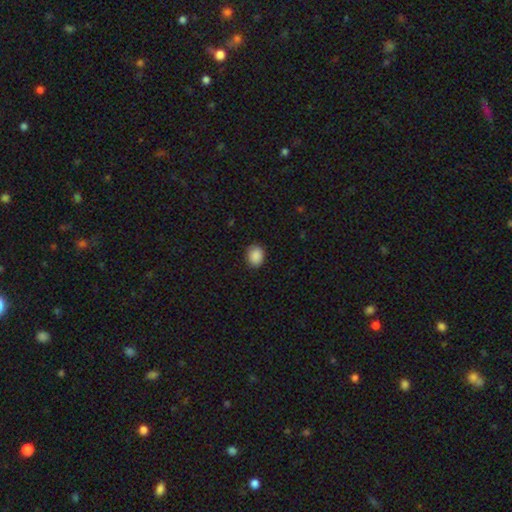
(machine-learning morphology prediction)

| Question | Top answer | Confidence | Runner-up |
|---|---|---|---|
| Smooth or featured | smooth | 89% | star or artifact (8%) |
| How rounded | round | 54% | in between (45%) |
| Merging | none | 87% | minor disturbance (10%) |